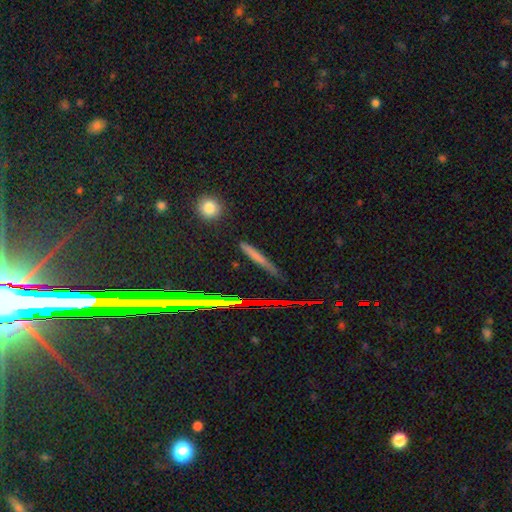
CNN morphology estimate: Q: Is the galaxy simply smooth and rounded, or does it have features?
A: smooth — 59%.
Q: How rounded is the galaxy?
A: cigar-shaped — 85%.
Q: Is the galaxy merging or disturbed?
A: none — 83%.